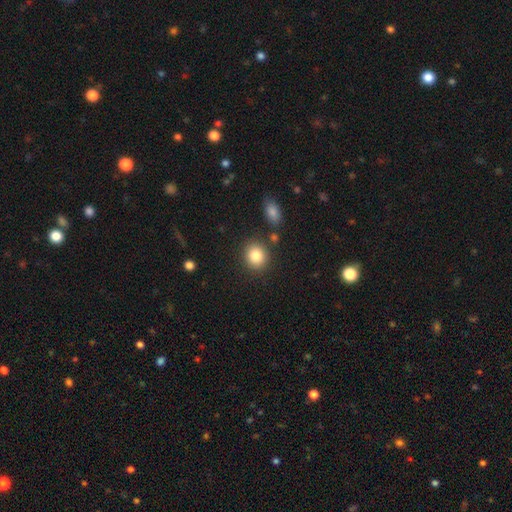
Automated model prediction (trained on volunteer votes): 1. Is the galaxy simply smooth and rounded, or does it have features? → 84% smooth, 9% star or artifact, 7% featured or disk.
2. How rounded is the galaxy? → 79% round, 20% in between, 1% cigar-shaped.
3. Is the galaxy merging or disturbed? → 83% none, 9% minor disturbance, 6% merger, 3% major disturbance.